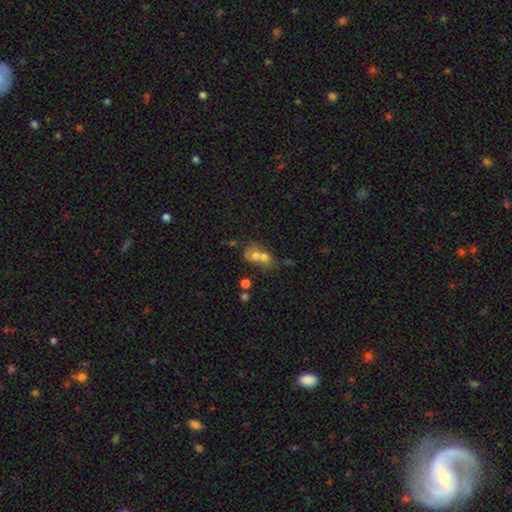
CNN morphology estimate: Smooth or featured? Predicted: smooth (p=0.66). How rounded? Predicted: round (p=0.59). Merging? Predicted: merger (p=0.70).